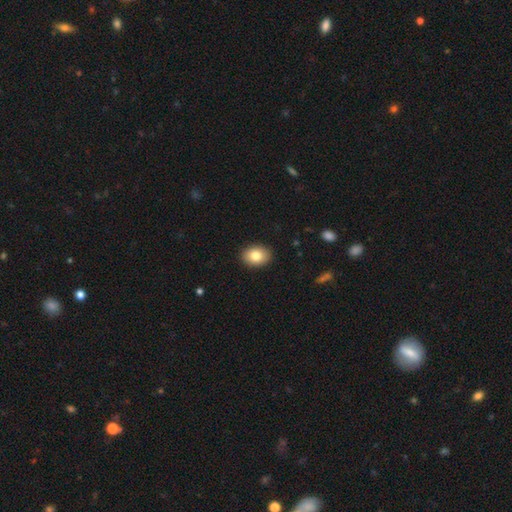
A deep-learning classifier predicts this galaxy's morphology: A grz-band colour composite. It shows a smooth galaxy with no disk features (82%) that is in between round and cigar-shaped (70%). Merging: none (90%).